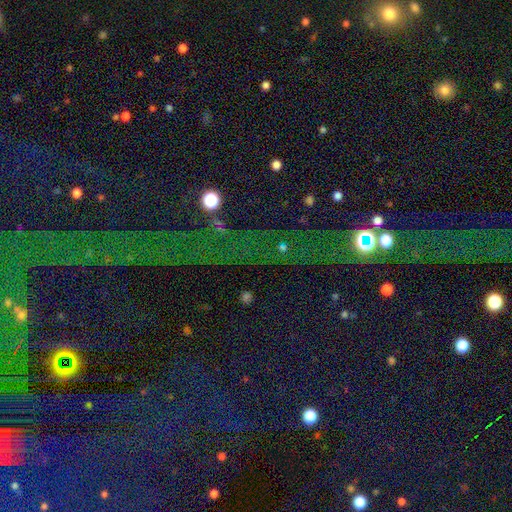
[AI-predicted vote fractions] Smooth or featured?
  - star or artifact: 81% *
  - smooth: 10%
  - featured or disk: 9%